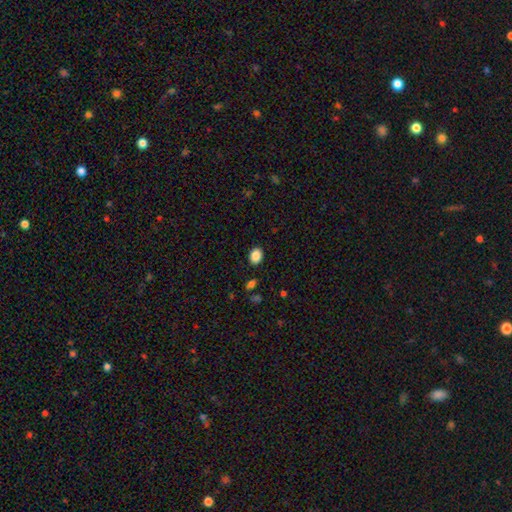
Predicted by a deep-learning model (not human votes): This appears to be a smooth galaxy with no disk features (88%) that is in between round and cigar-shaped (66%). Merging: none (88%).